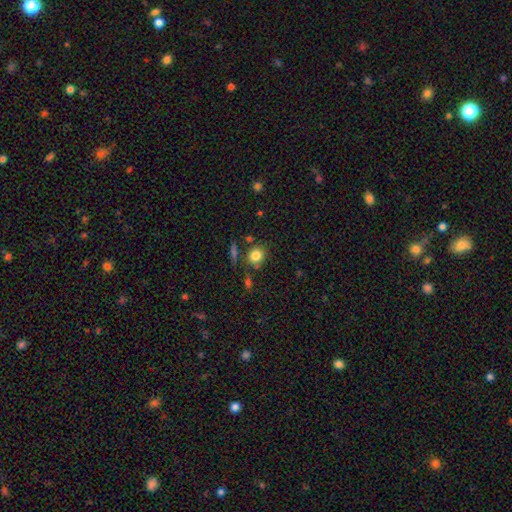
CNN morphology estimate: Smooth or featured: smooth — 82% (star or artifact — 11%)
How rounded: round — 76% (in between — 23%)
Merging: none — 74% (minor disturbance — 12%)